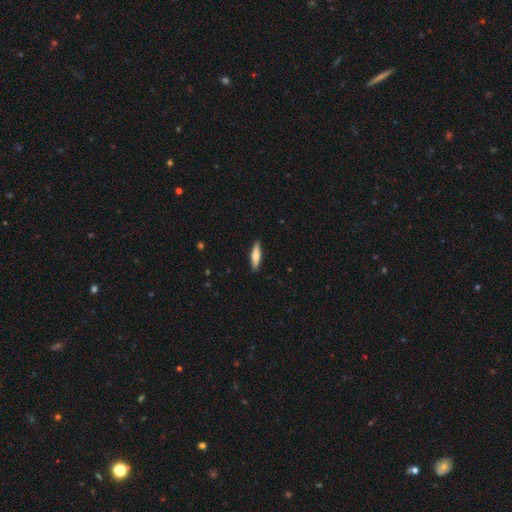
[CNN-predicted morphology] A smooth galaxy with no disk features (64%) that is cigar-shaped (72%). Merging: none (91%).